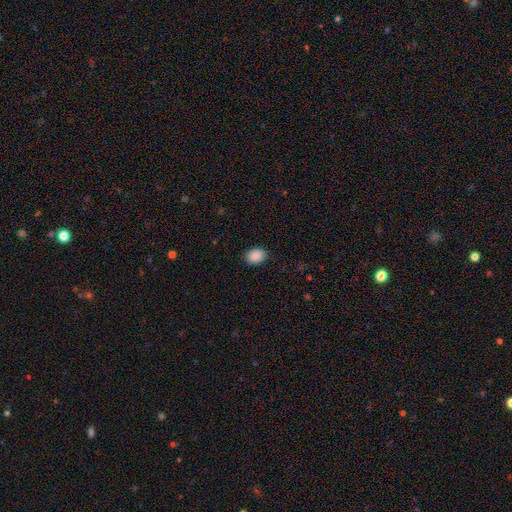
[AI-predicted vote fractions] A smooth galaxy with no disk features (89%) that is in between round and cigar-shaped (64%). Merging: none (89%).